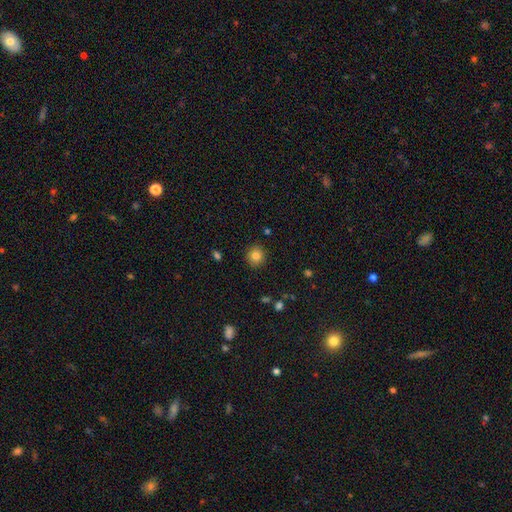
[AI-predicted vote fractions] Q: Smooth or featured?
A: smooth (83%); runner-up: star or artifact (11%)
Q: How rounded?
A: round (91%); runner-up: in between (8%)
Q: Merging?
A: none (90%); runner-up: minor disturbance (7%)